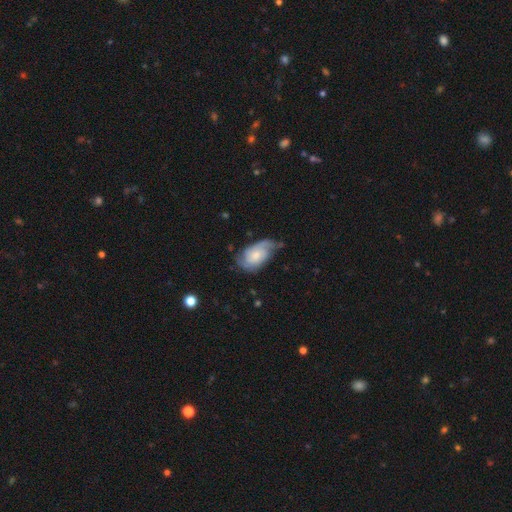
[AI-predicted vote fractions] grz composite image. It shows a featured or disk galaxy (61%) with no bar (71%), 2 (56%) medium (41%) spiral arms (89%) and a moderate central bulge (44%). Merging: none (53%).